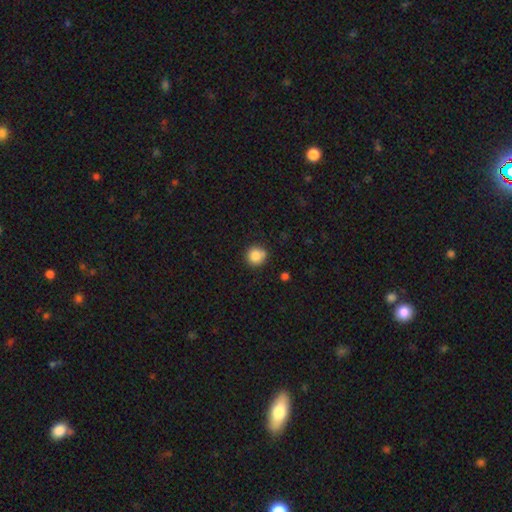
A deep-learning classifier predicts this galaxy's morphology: A smooth galaxy with no disk features (85%) that is round (90%). Merging: none (77%).